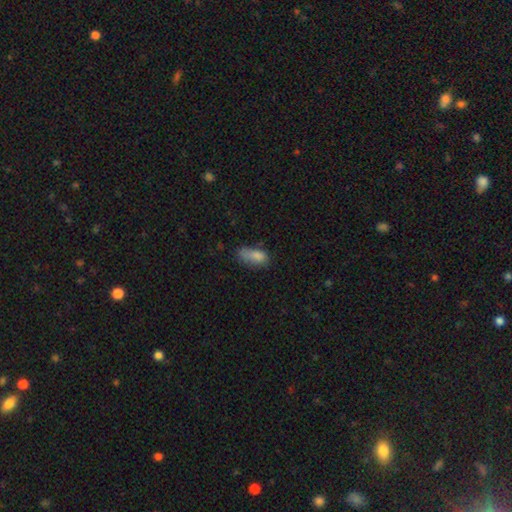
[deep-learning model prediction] A smooth galaxy with no disk features (79%) that is in between round and cigar-shaped (86%). Merging: none (38%).